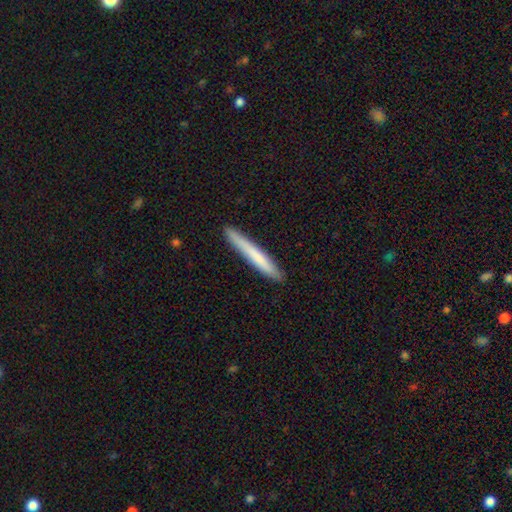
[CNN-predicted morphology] smooth 70%, featured or disk 24%, star or artifact 6%. Down the decision tree: how rounded — cigar-shaped (97%); merging — none (88%).